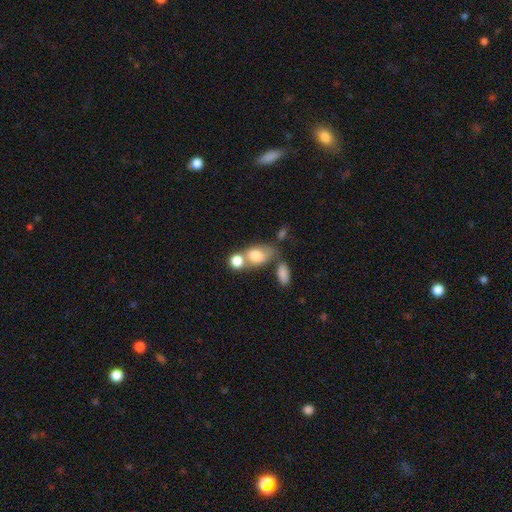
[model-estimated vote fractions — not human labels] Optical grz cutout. It shows a smooth galaxy with no disk features (76%) that is in between round and cigar-shaped (75%). Merging: merger (50%).